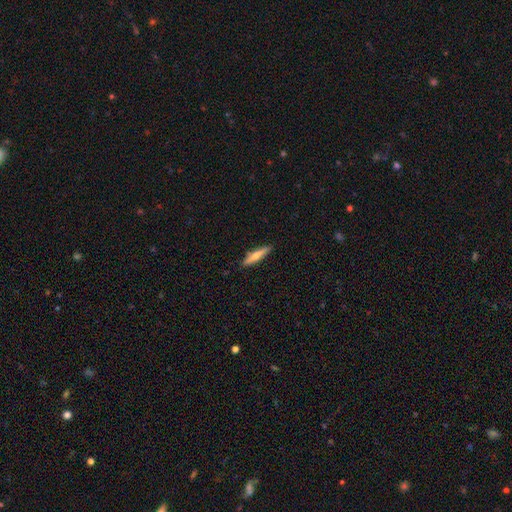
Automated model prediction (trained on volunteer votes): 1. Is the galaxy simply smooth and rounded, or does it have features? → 55% smooth, 39% featured or disk, 6% star or artifact.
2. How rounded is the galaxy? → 87% cigar-shaped, 11% in between, 2% round.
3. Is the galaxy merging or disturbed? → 88% none, 9% minor disturbance, 2% major disturbance, 2% merger.